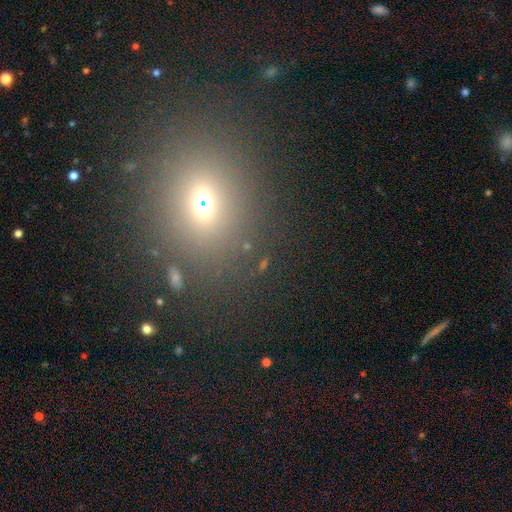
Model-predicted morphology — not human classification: smooth-or-featured: smooth: 61% | star or artifact: 28% | featured or disk: 11%
  how-rounded: in between: 50% | round: 48% | cigar-shaped: 2%
  merging: none: 86% | minor disturbance: 8% | major disturbance: 4% | merger: 3%